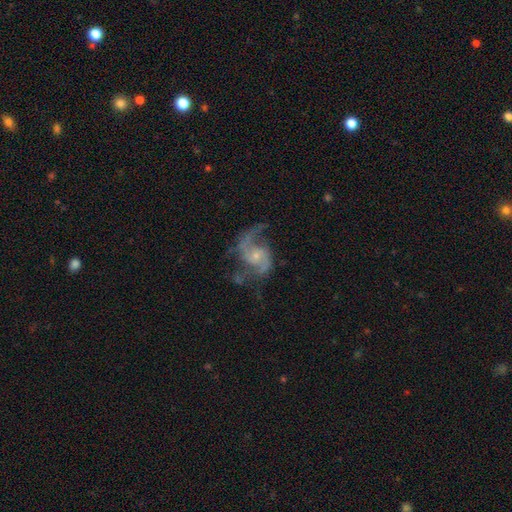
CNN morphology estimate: featured or disk 88%, smooth 6%, star or artifact 6%. Down the decision tree: edge-on disk — no (98%); bar — no (59%); spiral arms — yes (96%); spiral arm count — 2 (86%); spiral winding — medium (46%); bulge size — small (66%); merging — none (59%).